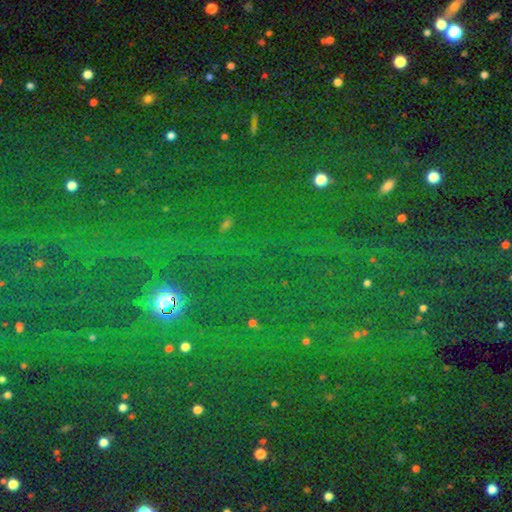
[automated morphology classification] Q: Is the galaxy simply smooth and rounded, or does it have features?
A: star or artifact — 78%.